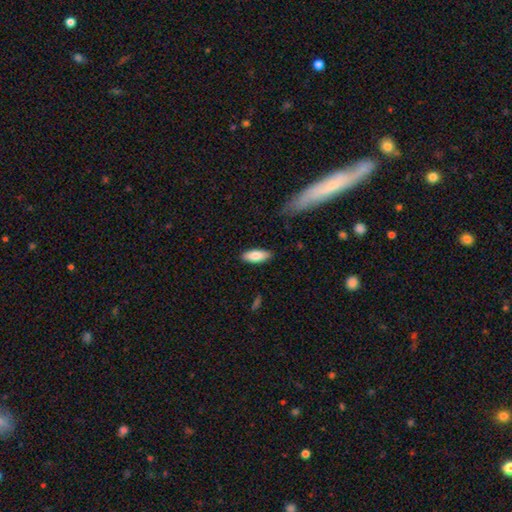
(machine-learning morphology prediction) The model was most divided on "how rounded": in between: 79%, cigar-shaped: 19%, round: 2%. More confident: merging — none (86%); smooth or featured — smooth (83%).